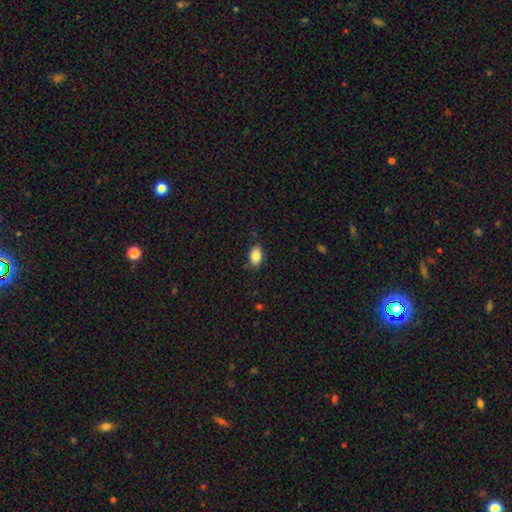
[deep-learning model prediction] A smooth galaxy with no disk features (85%) that is in between round and cigar-shaped (89%). Merging: none (85%).